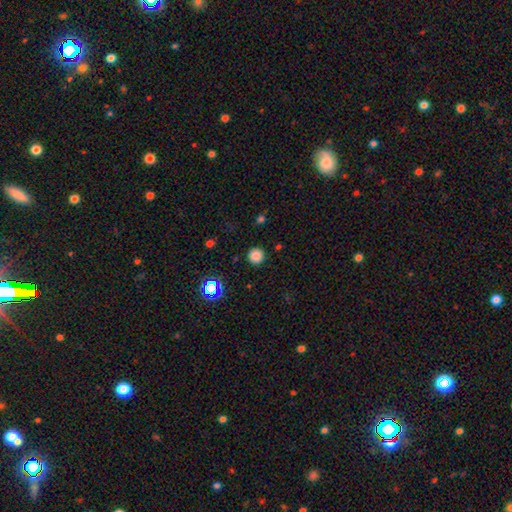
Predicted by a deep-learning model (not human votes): A smooth galaxy with no disk features (81%) that is round (96%).

Vote fractions:
- Smooth or featured? smooth: 81% / star or artifact: 15% / featured or disk: 4%
- How rounded? round: 96% / in between: 3% / cigar-shaped: 1%
- Merging? none: 92% / minor disturbance: 5% / major disturbance: 2% / merger: 1%